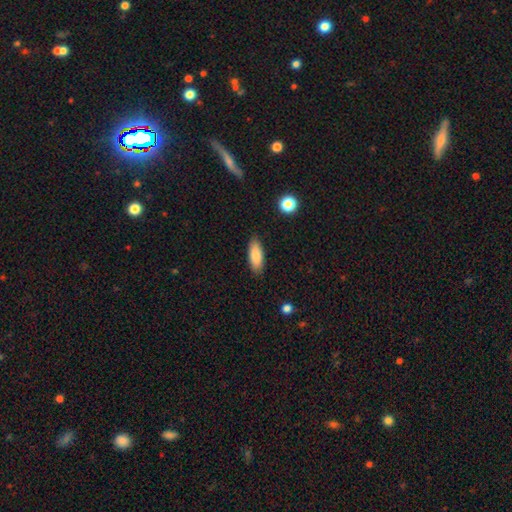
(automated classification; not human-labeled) A smooth galaxy with no disk features (83%) that is in between round and cigar-shaped (74%). Merging: none (86%).